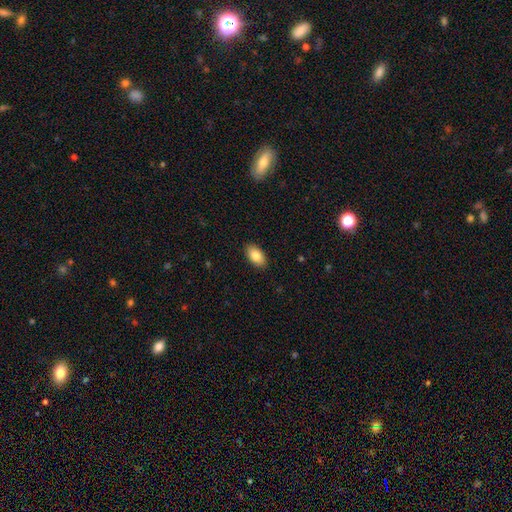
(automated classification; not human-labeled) smooth_or_featured: smooth (p=0.84) [alt: featured or disk p=0.09]
how_rounded: in between (p=0.94) [alt: round p=0.04]
merging: none (p=0.89) [alt: minor disturbance p=0.08]